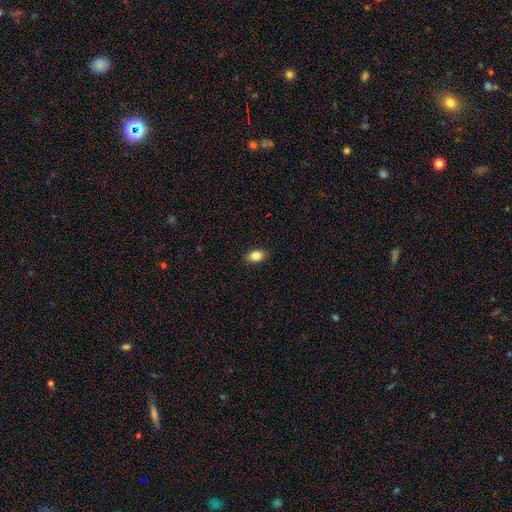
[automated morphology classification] type=smooth (84%); roundness=in between (88%); merging=none (90%).